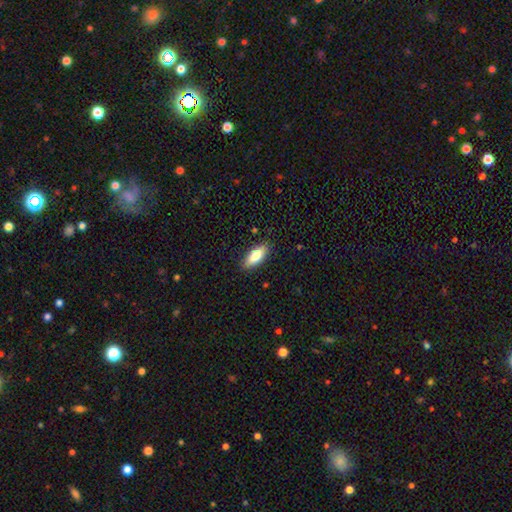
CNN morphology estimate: Smooth or featured?
  - smooth: 77% *
  - featured or disk: 17%
  - star or artifact: 6%
How rounded?
  - in between: 76% *
  - cigar-shaped: 22%
  - round: 2%
Merging?
  - none: 88% *
  - minor disturbance: 9%
  - major disturbance: 2%
  - merger: 1%